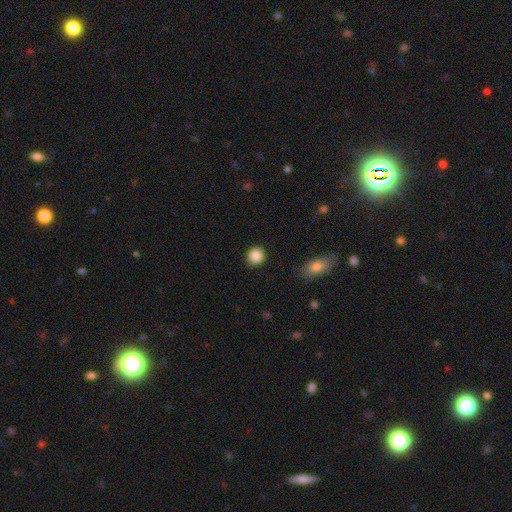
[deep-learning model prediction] smooth-or-featured: smooth: 87% | star or artifact: 9% | featured or disk: 4%
  how-rounded: round: 90% | in between: 9% | cigar-shaped: 1%
  merging: none: 91% | minor disturbance: 6% | major disturbance: 2% | merger: 1%